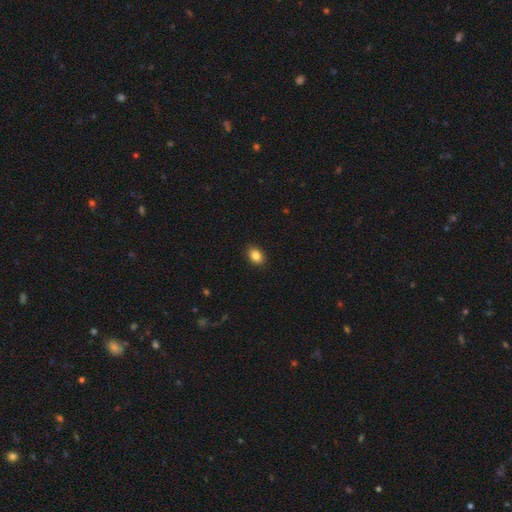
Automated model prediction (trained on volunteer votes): The model was most divided on "how rounded": in between: 74%, round: 25%, cigar-shaped: 1%. More confident: merging — none (90%); smooth or featured — smooth (86%).